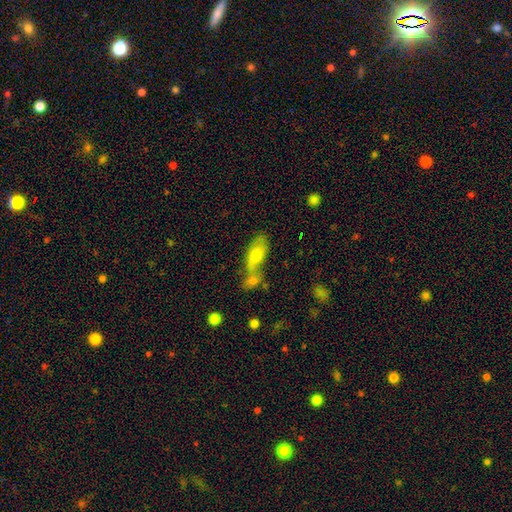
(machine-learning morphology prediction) Smooth or featured? Predicted: smooth (p=0.69). How rounded? Predicted: in between (p=0.78). Merging? Predicted: merger (p=0.52).